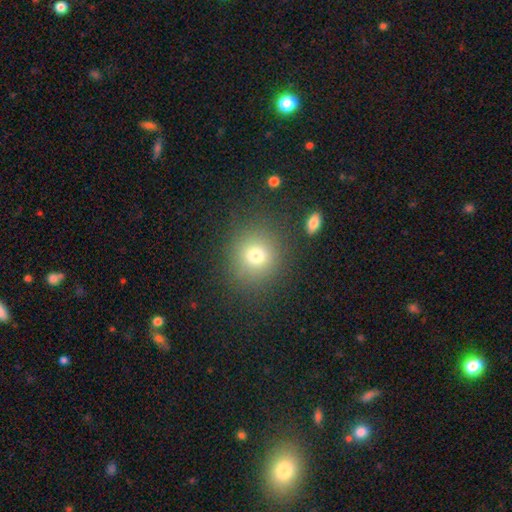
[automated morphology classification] Smooth or featured?
  - smooth: 73% *
  - star or artifact: 17%
  - featured or disk: 10%
How rounded?
  - round: 88% *
  - in between: 11%
  - cigar-shaped: 1%
Merging?
  - none: 85% *
  - minor disturbance: 9%
  - major disturbance: 5%
  - merger: 2%